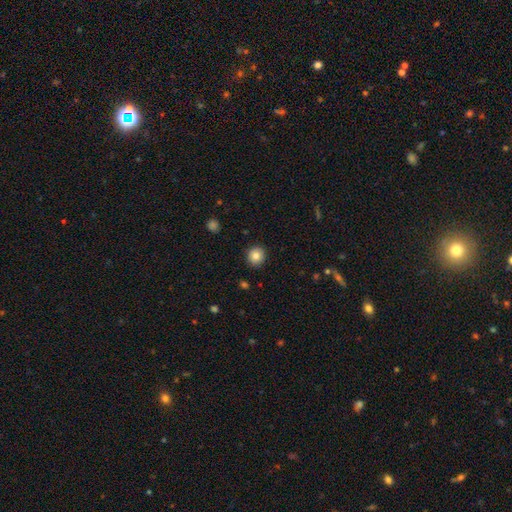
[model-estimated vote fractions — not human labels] Q: Smooth or featured?
A: smooth (81%); runner-up: star or artifact (10%)
Q: How rounded?
A: round (91%); runner-up: in between (8%)
Q: Merging?
A: none (91%); runner-up: minor disturbance (6%)